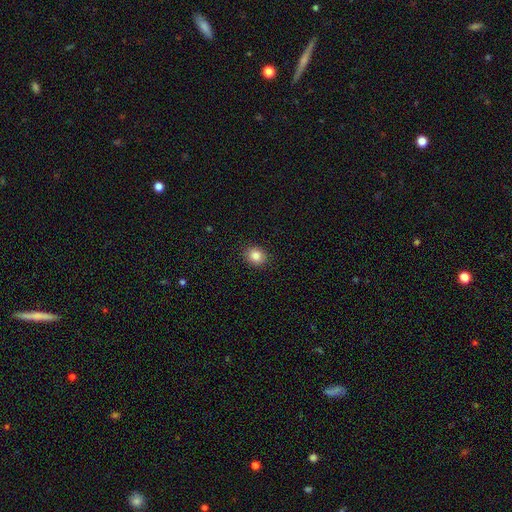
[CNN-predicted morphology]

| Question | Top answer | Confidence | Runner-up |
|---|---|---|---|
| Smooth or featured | smooth | 84% | star or artifact (10%) |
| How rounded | round | 64% | in between (35%) |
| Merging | none | 90% | minor disturbance (7%) |